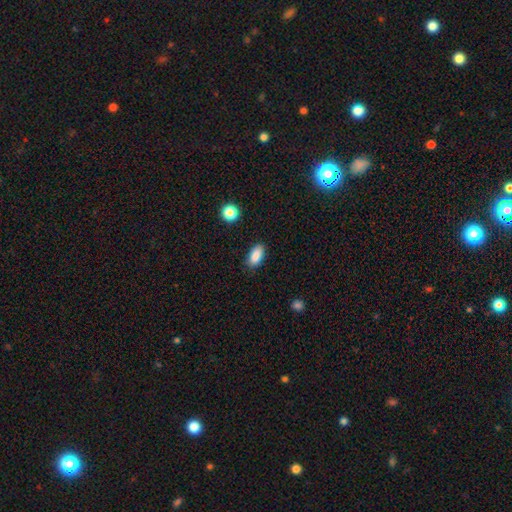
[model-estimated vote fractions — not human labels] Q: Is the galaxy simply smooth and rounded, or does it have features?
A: smooth — 87%.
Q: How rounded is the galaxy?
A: in between — 91%.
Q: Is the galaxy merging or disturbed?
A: none — 85%.